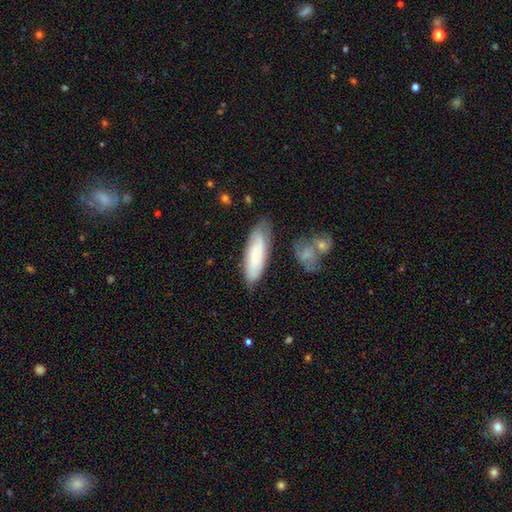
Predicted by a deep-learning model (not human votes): This appears to be a smooth galaxy with no disk features (55%) that is in between round and cigar-shaped (60%). Merging: none (71%).